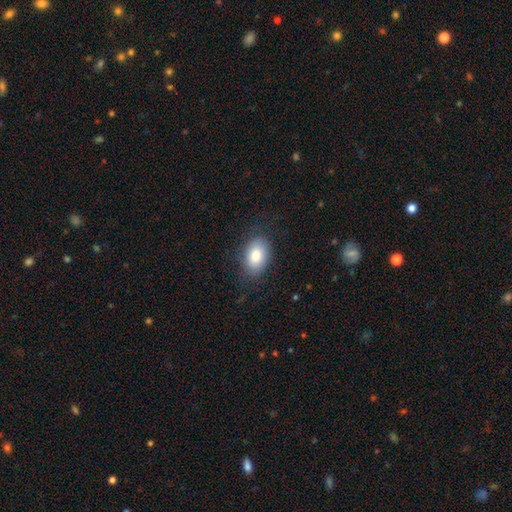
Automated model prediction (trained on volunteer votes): Smooth or featured? Predicted: smooth (p=0.84). How rounded? Predicted: in between (p=0.90). Merging? Predicted: none (p=0.78).